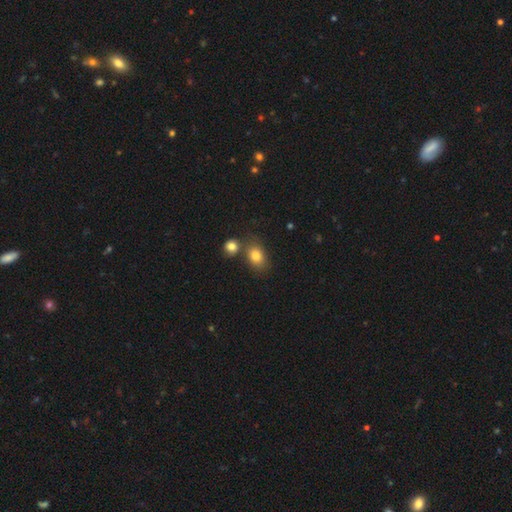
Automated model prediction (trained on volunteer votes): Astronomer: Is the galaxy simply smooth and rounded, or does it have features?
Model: smooth — 81%.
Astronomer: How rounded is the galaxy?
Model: in between — 65%.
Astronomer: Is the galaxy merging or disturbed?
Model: none — 62%.